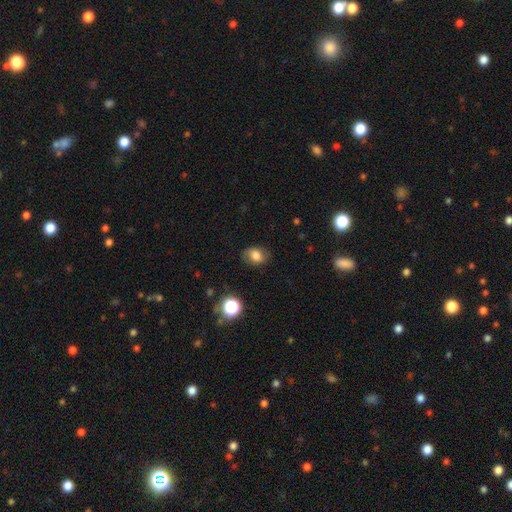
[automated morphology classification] Smooth or featured?
  - smooth: 69% *
  - featured or disk: 19%
  - star or artifact: 12%
How rounded?
  - in between: 56% *
  - round: 42%
  - cigar-shaped: 1%
Merging?
  - none: 75% *
  - minor disturbance: 18%
  - major disturbance: 6%
  - merger: 1%